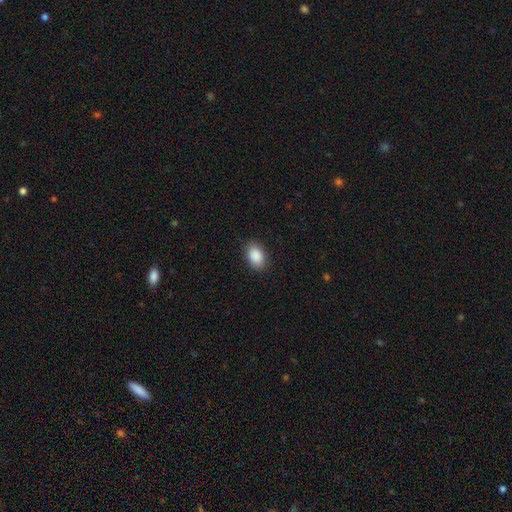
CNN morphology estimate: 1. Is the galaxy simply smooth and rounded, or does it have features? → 89% smooth, 7% star or artifact, 4% featured or disk.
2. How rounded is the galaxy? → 89% in between, 9% round, 1% cigar-shaped.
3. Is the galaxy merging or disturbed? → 87% none, 9% minor disturbance, 2% major disturbance, 1% merger.